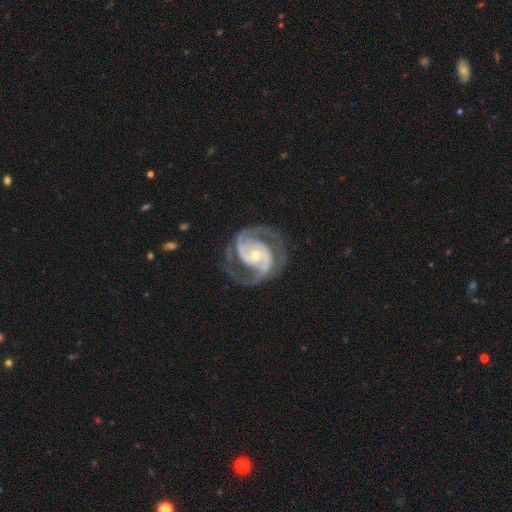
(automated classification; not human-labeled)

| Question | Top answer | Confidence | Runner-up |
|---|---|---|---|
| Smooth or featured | featured or disk | 93% | star or artifact (4%) |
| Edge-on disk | no | 98% | yes (2%) |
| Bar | no | 55% | weak (30%) |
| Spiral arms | yes | 98% | no (2%) |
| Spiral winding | medium | 51% | tight (40%) |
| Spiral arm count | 2 | 83% | 3 (8%) |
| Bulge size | moderate | 53% | small (43%) |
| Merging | none | 75% | minor disturbance (15%) |